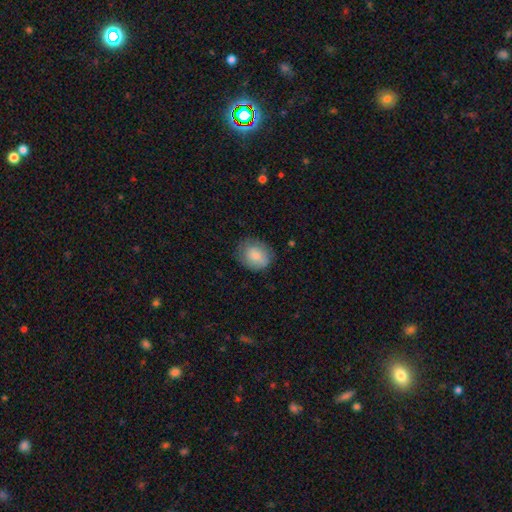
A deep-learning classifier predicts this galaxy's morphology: Smooth or featured?
  - smooth: 80% *
  - featured or disk: 13%
  - star or artifact: 7%
How rounded?
  - round: 55% *
  - in between: 44%
  - cigar-shaped: 1%
Merging?
  - none: 71% *
  - minor disturbance: 22%
  - major disturbance: 7%
  - merger: 1%